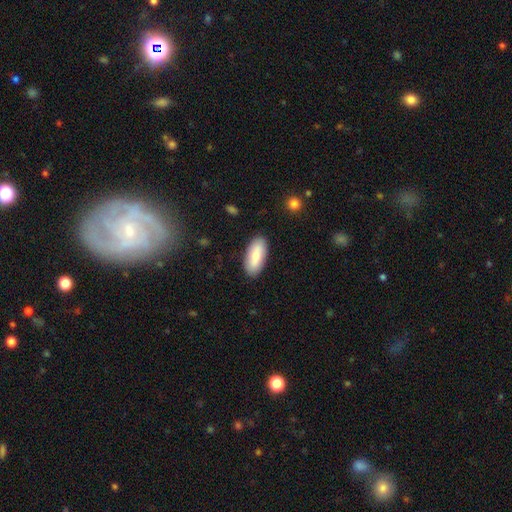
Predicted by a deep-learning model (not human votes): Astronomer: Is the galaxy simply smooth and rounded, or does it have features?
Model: smooth — 79%.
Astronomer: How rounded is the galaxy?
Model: in between — 89%.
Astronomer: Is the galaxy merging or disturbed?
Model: none — 88%.